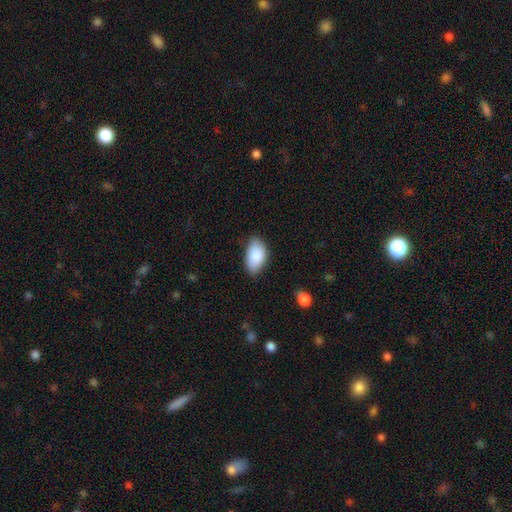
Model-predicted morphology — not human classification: This appears to be a smooth galaxy with no disk features (88%) that is in between round and cigar-shaped (94%). Merging: none (74%).